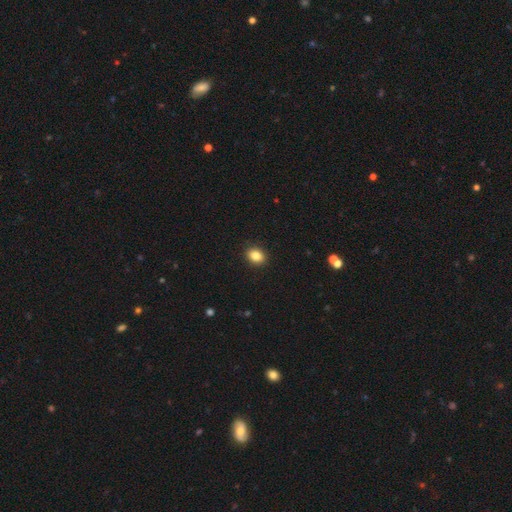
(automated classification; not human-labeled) Smooth or featured? Predicted: smooth (p=0.86). How rounded? Predicted: in between (p=0.59). Merging? Predicted: none (p=0.91).